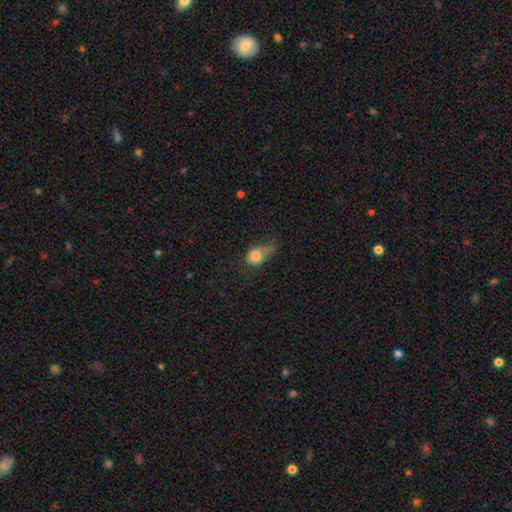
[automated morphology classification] Smooth or featured: smooth — 78% (featured or disk — 12%)
How rounded: in between — 74% (round — 22%)
Merging: major disturbance — 38% (minor disturbance — 36%)